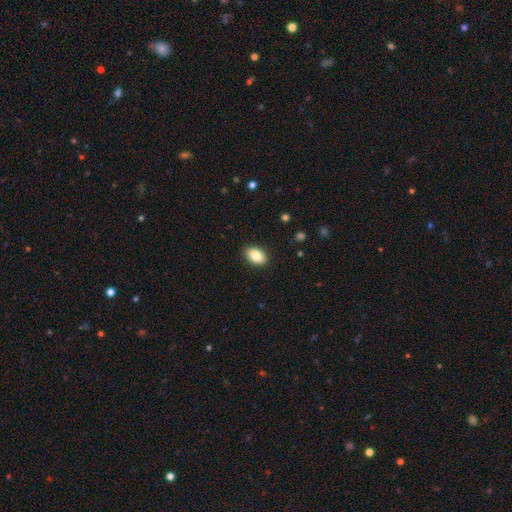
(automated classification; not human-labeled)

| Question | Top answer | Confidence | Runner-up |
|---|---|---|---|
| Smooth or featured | smooth | 85% | star or artifact (7%) |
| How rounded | in between | 88% | round (11%) |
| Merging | none | 89% | minor disturbance (8%) |